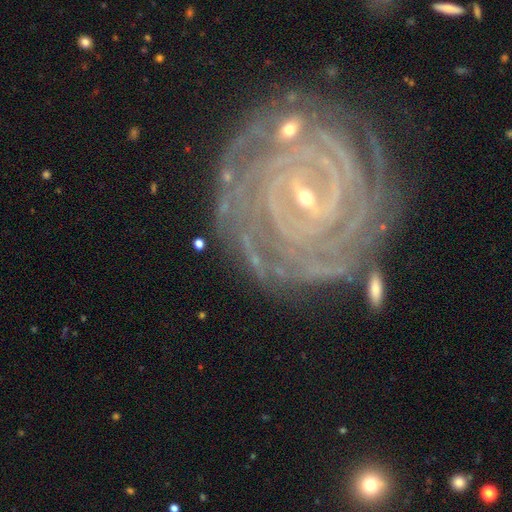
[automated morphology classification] This appears to be a featured or disk galaxy (90%) with a strong bar (42%), 4 (25%) tight (87%) spiral arms (98%) and a small central bulge (80%). Merging: none (75%).